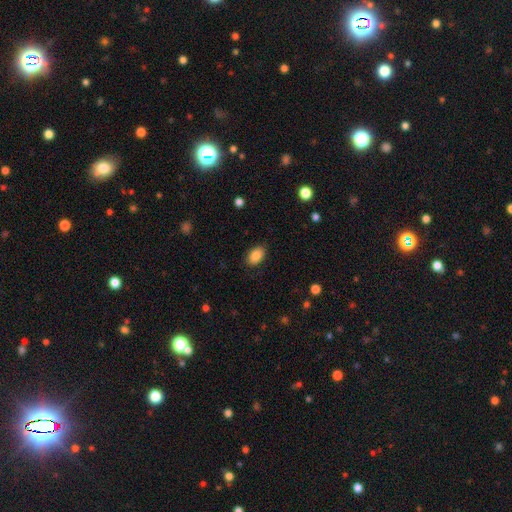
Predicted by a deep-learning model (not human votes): This appears to be a smooth galaxy with no disk features (87%) that is in between round and cigar-shaped (88%). Merging: none (86%).